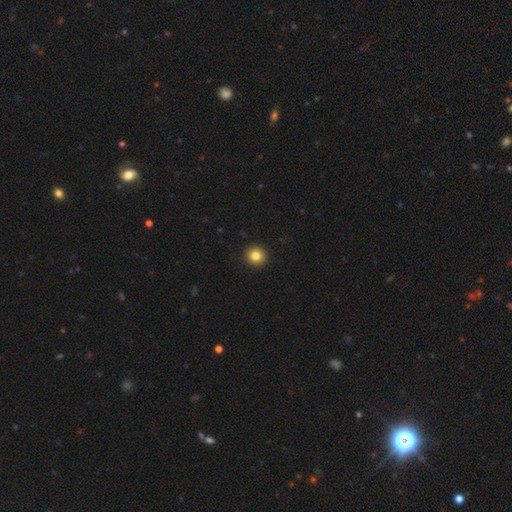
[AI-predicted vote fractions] smooth_or_featured: smooth (p=0.84) [alt: star or artifact p=0.11]
how_rounded: round (p=0.92) [alt: in between p=0.07]
merging: none (p=0.93) [alt: minor disturbance p=0.04]